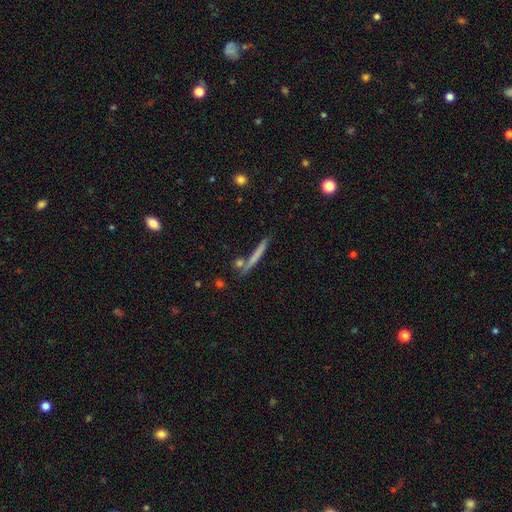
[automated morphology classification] Smooth or featured? smooth (58%)
How rounded? cigar-shaped (95%)
Merging? none (78%)